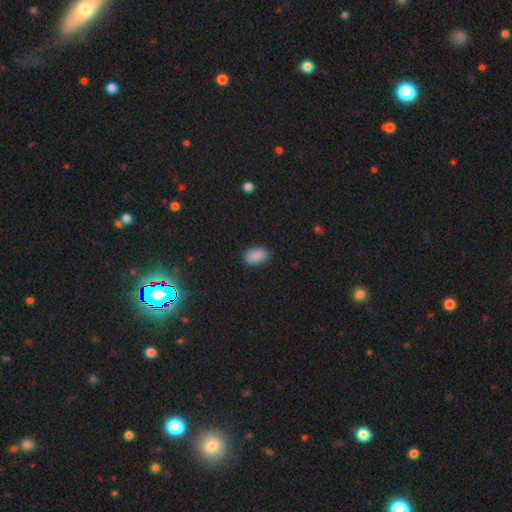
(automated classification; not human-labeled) This appears to be a smooth galaxy with no disk features (89%) that is in between round and cigar-shaped (93%). Merging: none (88%).